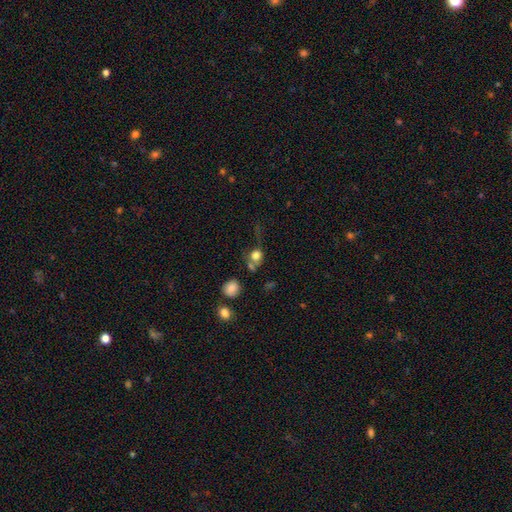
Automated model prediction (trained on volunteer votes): Q: Smooth or featured?
A: smooth (72%); runner-up: star or artifact (15%)
Q: How rounded?
A: round (73%); runner-up: in between (25%)
Q: Merging?
A: none (42%); runner-up: merger (26%)